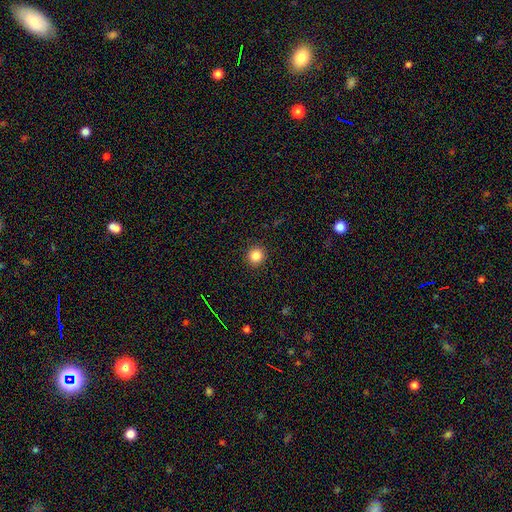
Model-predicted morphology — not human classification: Smooth or featured? smooth (84%)
How rounded? round (94%)
Merging? none (92%)